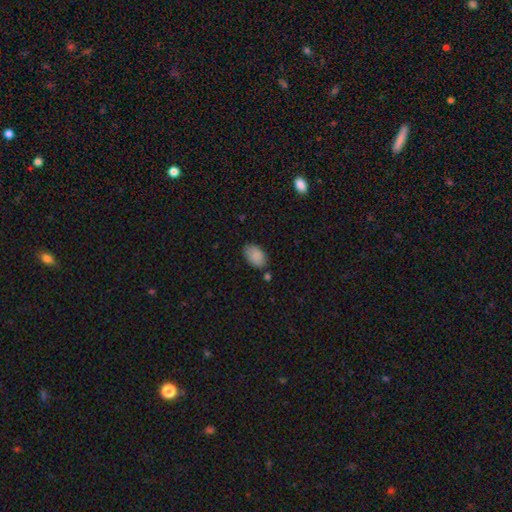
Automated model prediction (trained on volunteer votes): Q: Smooth or featured?
A: smooth (88%); runner-up: star or artifact (8%)
Q: How rounded?
A: in between (91%); runner-up: round (8%)
Q: Merging?
A: none (77%); runner-up: minor disturbance (16%)